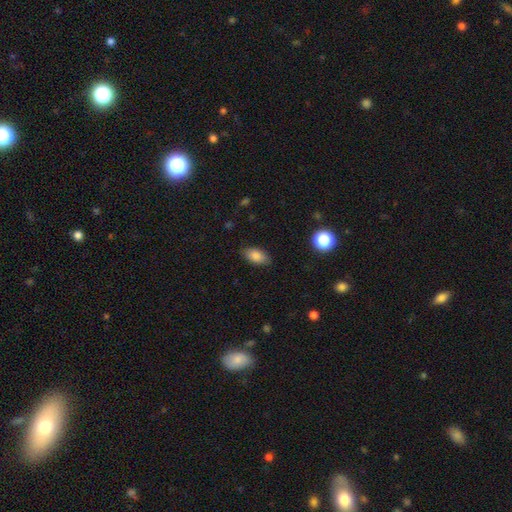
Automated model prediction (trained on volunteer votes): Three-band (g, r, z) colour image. It shows a smooth galaxy with no disk features (84%) that is in between round and cigar-shaped (92%). Merging: none (85%).